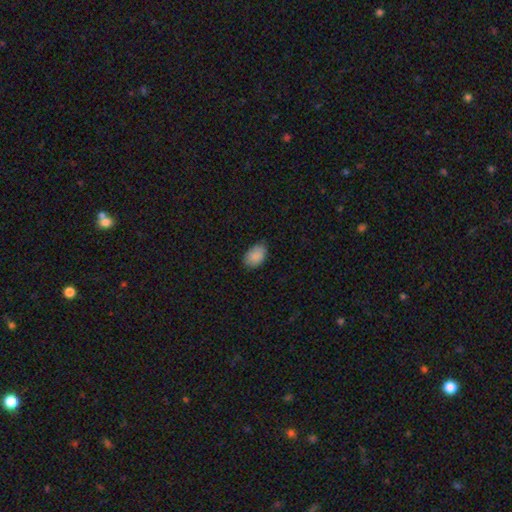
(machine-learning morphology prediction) Q: Smooth or featured?
A: smooth (88%); runner-up: star or artifact (7%)
Q: How rounded?
A: in between (86%); runner-up: round (13%)
Q: Merging?
A: none (79%); runner-up: minor disturbance (18%)